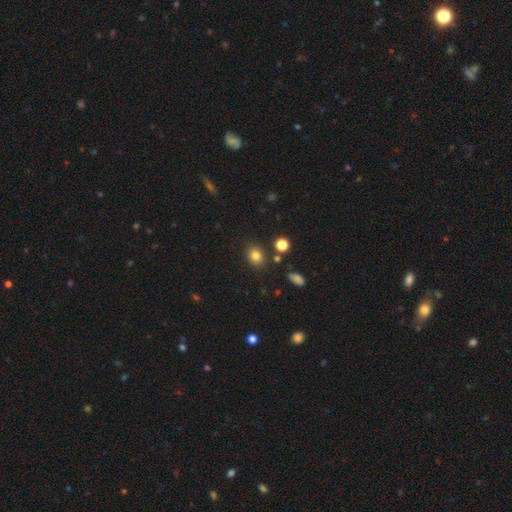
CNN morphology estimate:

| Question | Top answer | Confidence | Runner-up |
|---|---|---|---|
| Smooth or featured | smooth | 81% | star or artifact (13%) |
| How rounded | round | 62% | in between (37%) |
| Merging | none | 83% | minor disturbance (9%) |